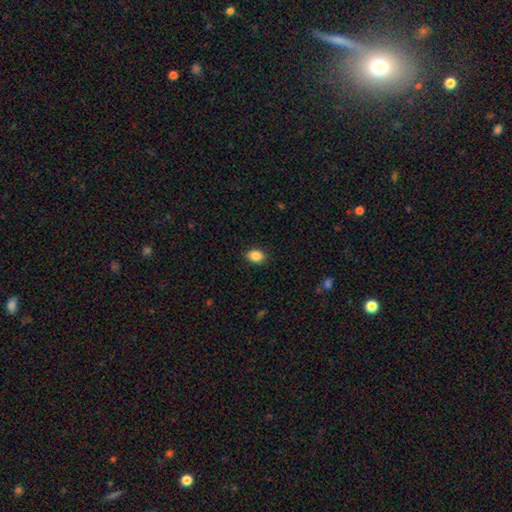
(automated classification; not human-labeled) This is clearly a smooth galaxy (87%). How rounded: likely in between (69%). Merging: clearly none (88%).